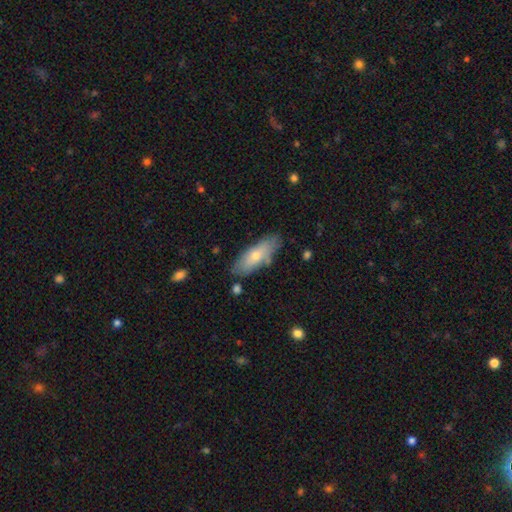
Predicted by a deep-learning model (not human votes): smooth-or-featured: smooth: 66% | featured or disk: 28% | star or artifact: 6%
  how-rounded: in between: 64% | cigar-shaped: 34% | round: 2%
  merging: none: 75% | minor disturbance: 17% | merger: 4% | major disturbance: 4%